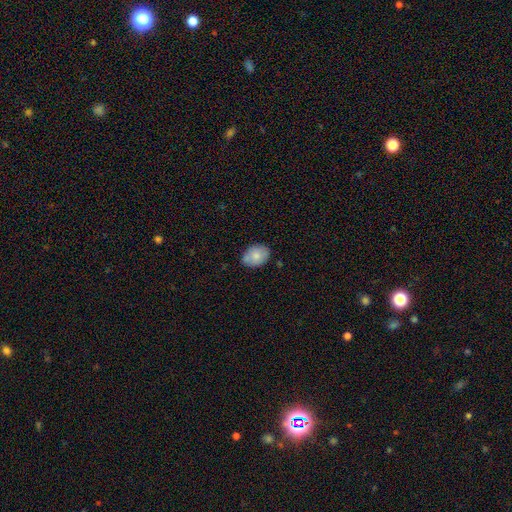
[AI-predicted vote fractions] Smooth or featured: smooth — 79% (featured or disk — 14%)
How rounded: in between — 73% (round — 26%)
Merging: none — 75% (minor disturbance — 19%)